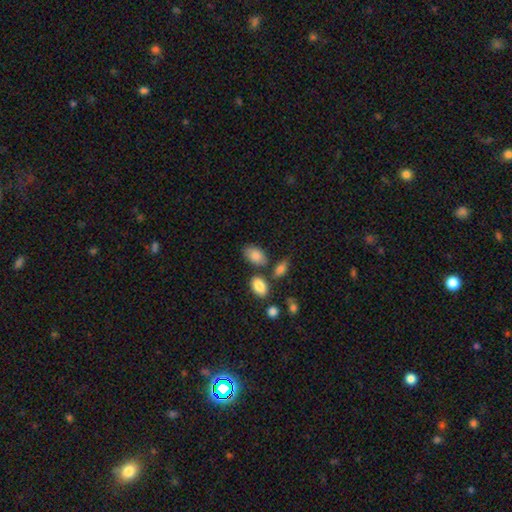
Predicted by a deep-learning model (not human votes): This appears to be a smooth galaxy with no disk features (84%) that is in between round and cigar-shaped (90%). Merging: none (66%).